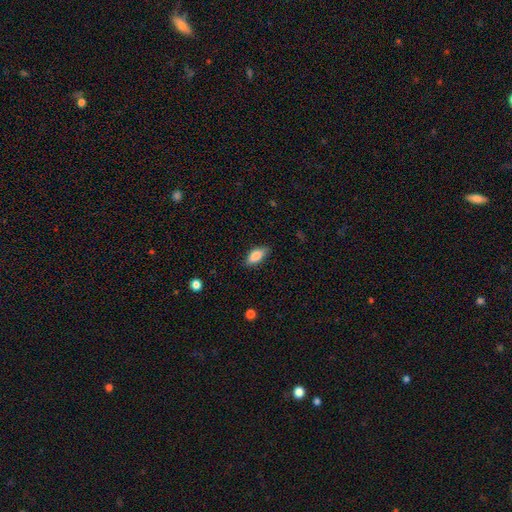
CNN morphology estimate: This appears to be a smooth galaxy with no disk features (81%) that is in between round and cigar-shaped (83%). Merging: none (82%).